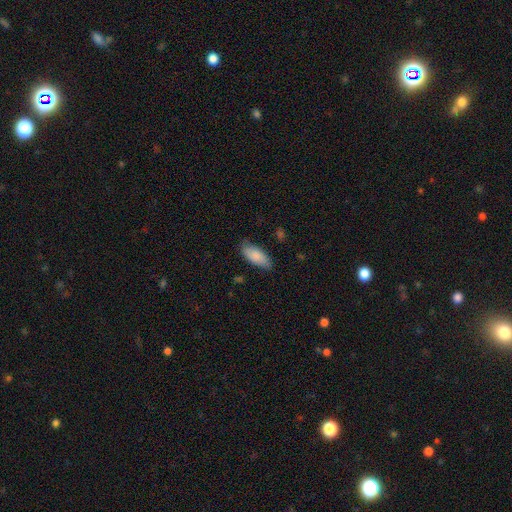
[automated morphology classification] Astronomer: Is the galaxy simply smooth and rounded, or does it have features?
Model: smooth — 84%.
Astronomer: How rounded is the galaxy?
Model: in between — 84%.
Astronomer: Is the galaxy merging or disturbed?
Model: none — 76%.